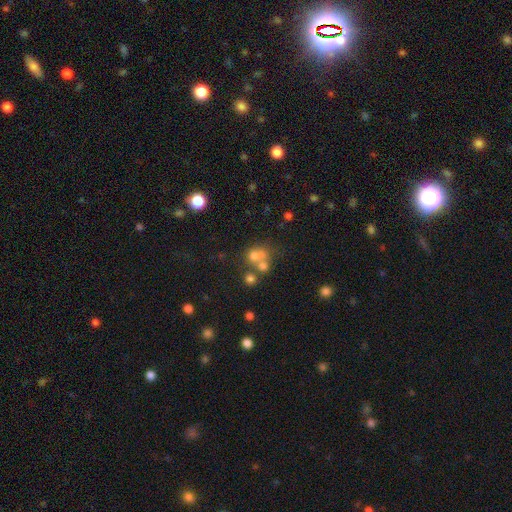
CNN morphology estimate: Q: Smooth or featured?
A: smooth (61%); runner-up: star or artifact (20%)
Q: How rounded?
A: round (68%); runner-up: in between (31%)
Q: Merging?
A: merger (50%); runner-up: none (34%)